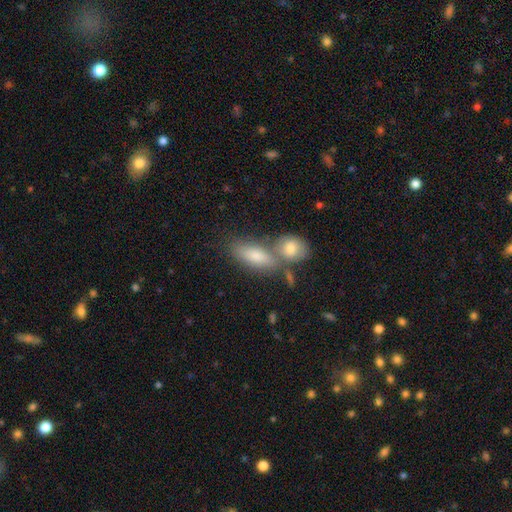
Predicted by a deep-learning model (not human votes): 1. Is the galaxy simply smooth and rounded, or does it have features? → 78% smooth, 15% featured or disk, 7% star or artifact.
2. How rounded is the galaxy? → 77% in between, 17% cigar-shaped, 6% round.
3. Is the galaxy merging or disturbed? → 42% none, 41% merger, 12% minor disturbance, 5% major disturbance.